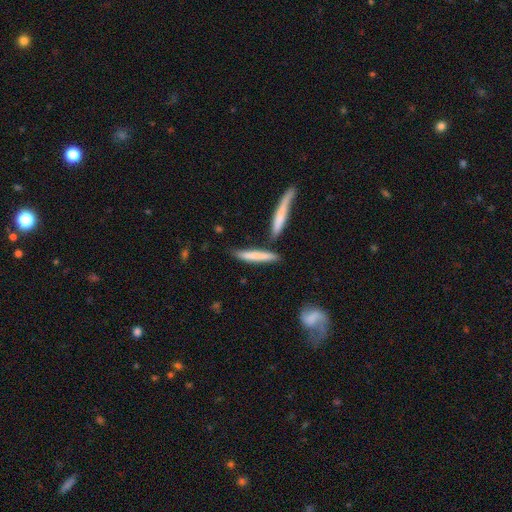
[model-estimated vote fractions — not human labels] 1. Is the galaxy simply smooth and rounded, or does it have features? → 70% smooth, 24% featured or disk, 6% star or artifact.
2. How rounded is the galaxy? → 90% cigar-shaped, 8% in between, 2% round.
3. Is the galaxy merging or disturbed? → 66% none, 16% merger, 13% minor disturbance, 4% major disturbance.